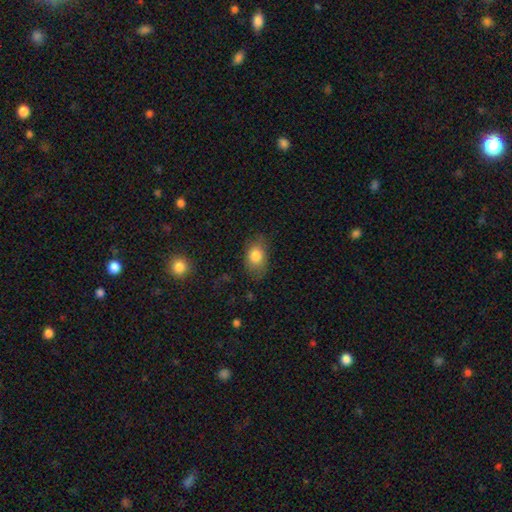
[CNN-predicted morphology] smooth_or_featured: smooth (p=0.82) [alt: featured or disk p=0.10]
how_rounded: in between (p=0.81) [alt: round p=0.18]
merging: none (p=0.72) [alt: minor disturbance p=0.20]